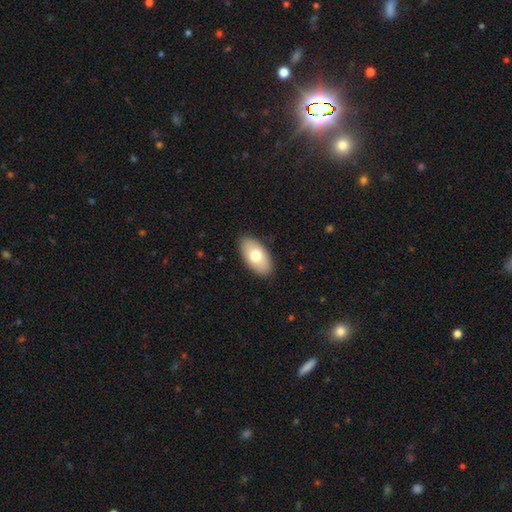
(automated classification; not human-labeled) Smooth or featured? smooth (72%)
How rounded? in between (94%)
Merging? none (88%)